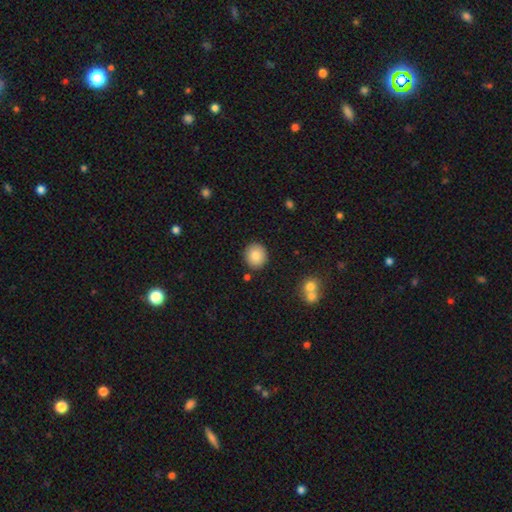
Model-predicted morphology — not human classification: Smooth or featured?
  - smooth: 86% *
  - star or artifact: 8%
  - featured or disk: 6%
How rounded?
  - round: 87% *
  - in between: 12%
  - cigar-shaped: 1%
Merging?
  - none: 88% *
  - minor disturbance: 7%
  - merger: 3%
  - major disturbance: 2%